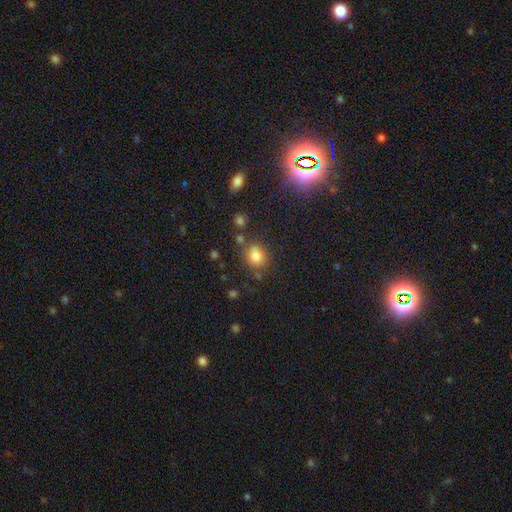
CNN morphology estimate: Smooth or featured: smooth — 80% (star or artifact — 13%)
How rounded: round — 75% (in between — 24%)
Merging: none — 76% (minor disturbance — 12%)